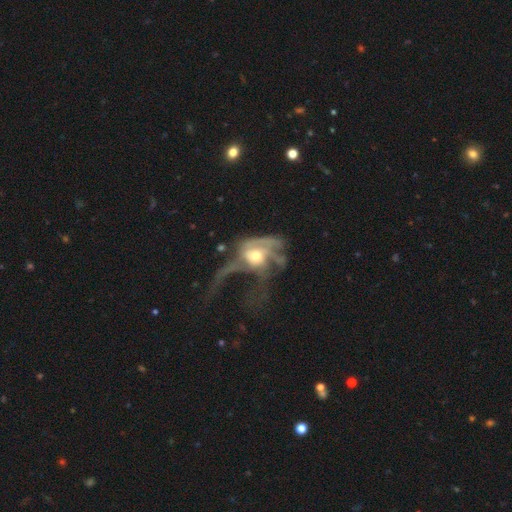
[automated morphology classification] This is likely a featured or disk galaxy (71%). It is clearly not viewed edge-on (95%). Bar: likely no (75%). Spiral arm pattern: possibly yes (56%). Central bulge: likely moderate (67%). Merging: likely major disturbance (70%).